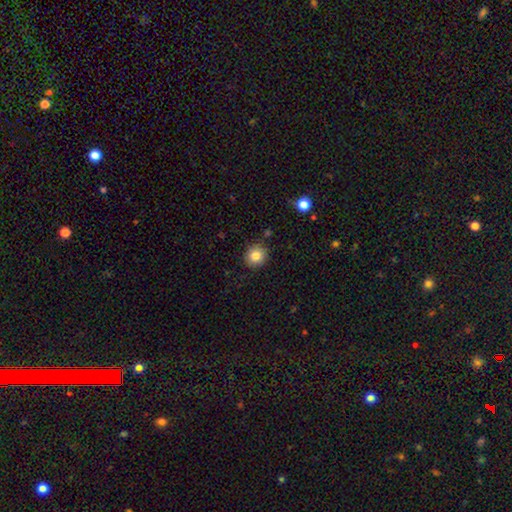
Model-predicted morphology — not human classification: Overall: smooth (84%). How rounded: round (87%). Merging: none (87%).